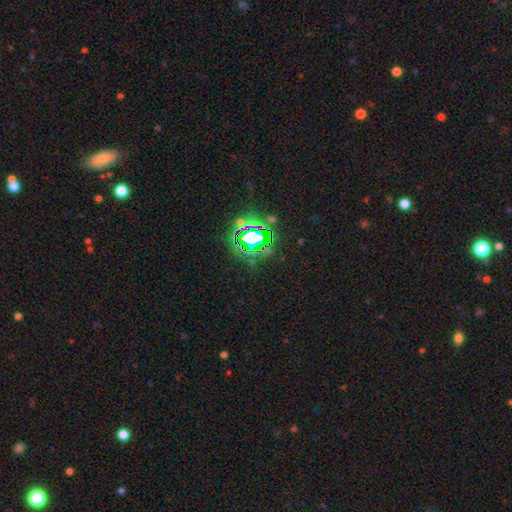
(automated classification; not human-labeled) Smooth or featured? star or artifact (80%)